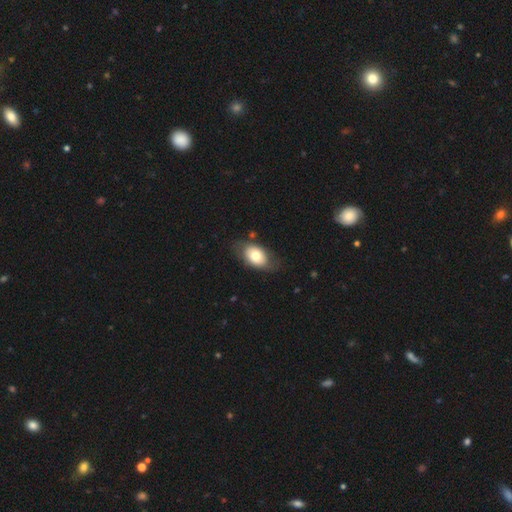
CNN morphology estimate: This appears to be a smooth galaxy with no disk features (70%) that is in between round and cigar-shaped (88%). Merging: none (71%).